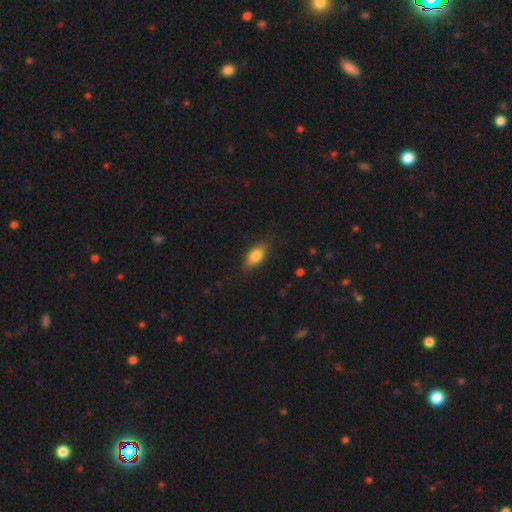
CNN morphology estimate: smooth_or_featured: smooth (p=0.75) [alt: featured or disk p=0.17]
how_rounded: in between (p=0.82) [alt: cigar-shaped p=0.12]
merging: none (p=0.81) [alt: minor disturbance p=0.15]